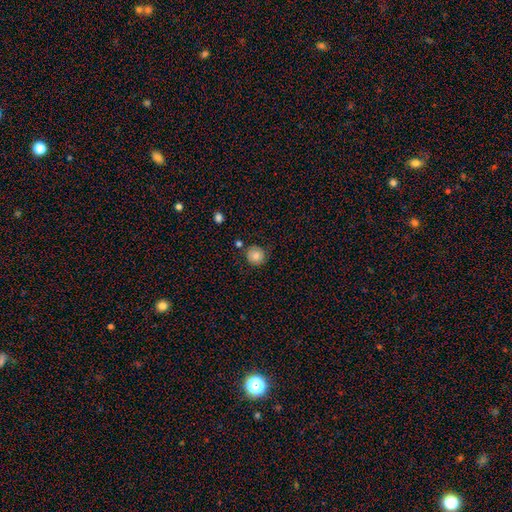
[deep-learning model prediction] Morphology: type=smooth (80%); roundness=round (93%); merging=none (78%).